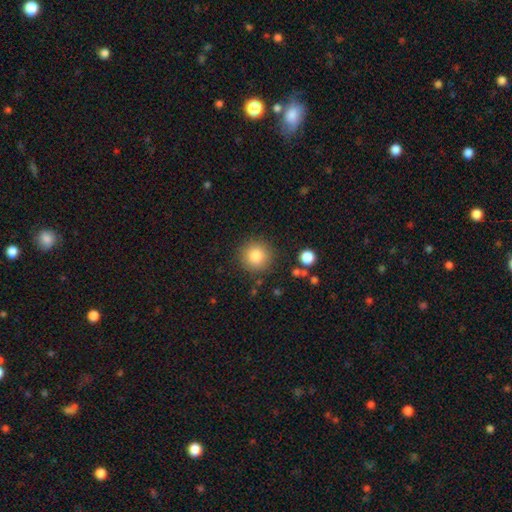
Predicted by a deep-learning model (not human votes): smooth_or_featured: smooth (p=0.83) [alt: star or artifact p=0.10]
how_rounded: round (p=0.94) [alt: in between p=0.05]
merging: none (p=0.87) [alt: minor disturbance p=0.08]